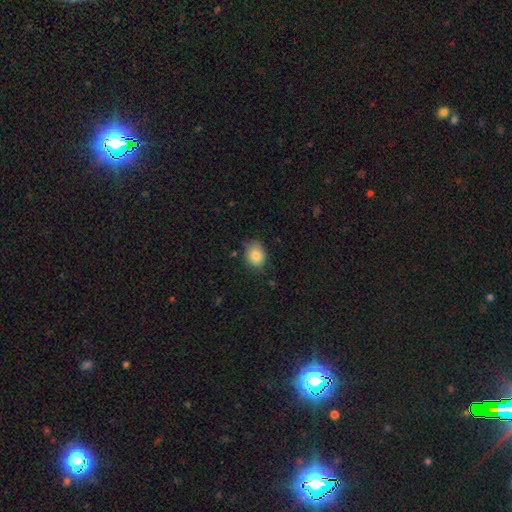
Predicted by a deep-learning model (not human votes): Smooth or featured? Predicted: smooth (p=0.83). How rounded? Predicted: in between (p=0.56). Merging? Predicted: none (p=0.70).